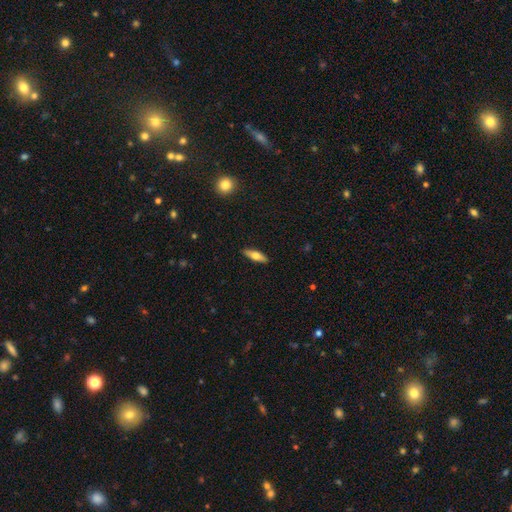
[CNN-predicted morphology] smooth_or_featured: smooth (p=0.56) [alt: featured or disk p=0.38]
how_rounded: cigar-shaped (p=0.51) [alt: in between p=0.47]
merging: none (p=0.90) [alt: minor disturbance p=0.07]